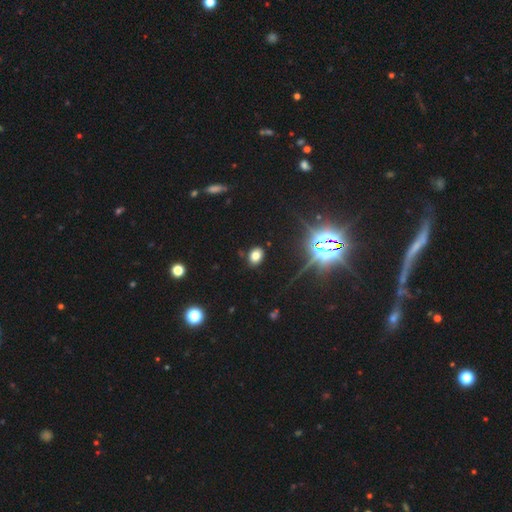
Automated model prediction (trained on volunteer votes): A smooth galaxy with no disk features (74%) that is in between round and cigar-shaped (68%).

Vote fractions:
- Smooth or featured? smooth: 74% / star or artifact: 18% / featured or disk: 7%
- How rounded? in between: 68% / round: 30% / cigar-shaped: 1%
- Merging? none: 87% / minor disturbance: 9% / major disturbance: 2% / merger: 2%